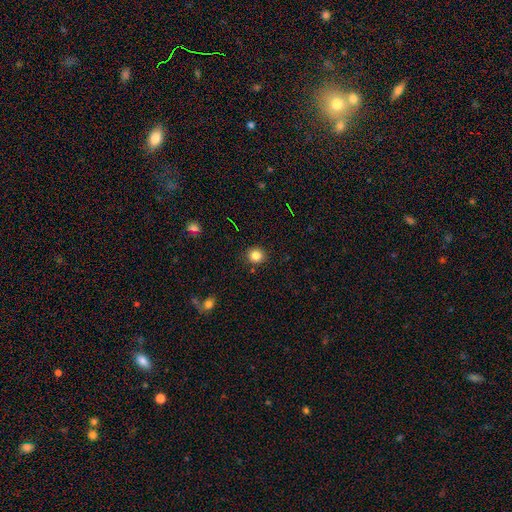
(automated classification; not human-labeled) Smooth or featured? smooth (84%)
How rounded? round (87%)
Merging? none (89%)